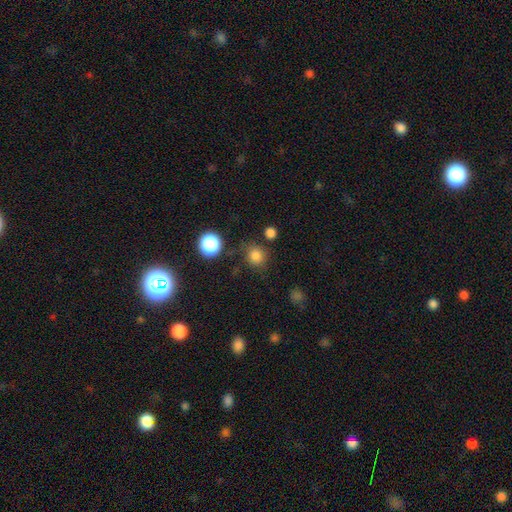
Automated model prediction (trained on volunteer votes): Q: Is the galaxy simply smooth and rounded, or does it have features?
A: smooth — 81%.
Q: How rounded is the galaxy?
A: round — 88%.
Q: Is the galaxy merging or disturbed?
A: none — 78%.